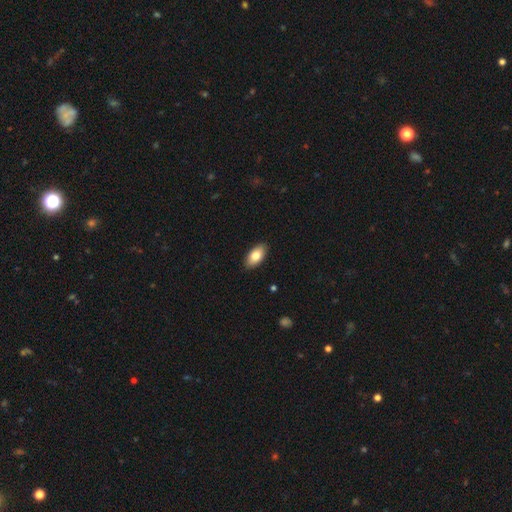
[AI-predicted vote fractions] Smooth or featured? smooth (82%)
How rounded? in between (94%)
Merging? none (89%)